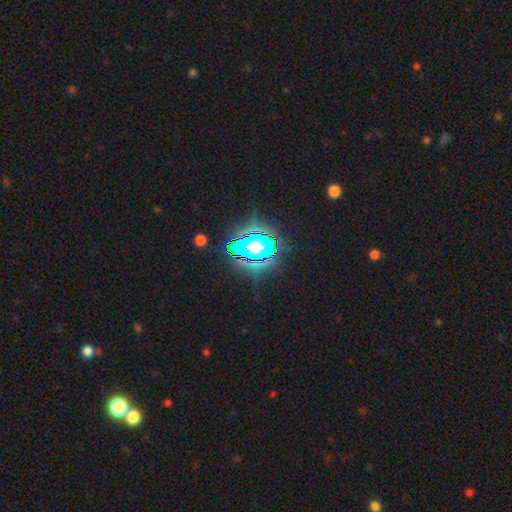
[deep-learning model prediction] Smooth or featured? star or artifact (77%)